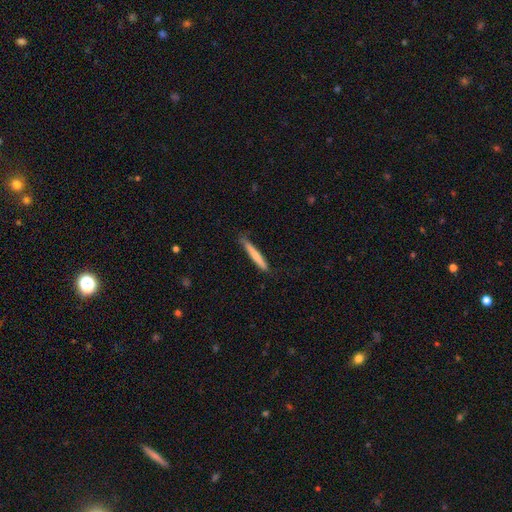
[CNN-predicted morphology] Smooth or featured?
  - smooth: 72% *
  - featured or disk: 23%
  - star or artifact: 5%
How rounded?
  - cigar-shaped: 95% *
  - in between: 3%
  - round: 1%
Merging?
  - none: 79% *
  - minor disturbance: 17%
  - major disturbance: 3%
  - merger: 1%